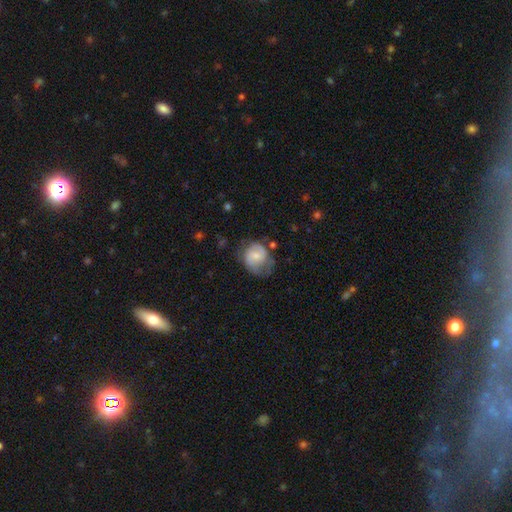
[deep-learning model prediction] The model was most divided on "smooth or featured": featured or disk: 49%, smooth: 44%, star or artifact: 7%. Remaining: merging — none (49%).